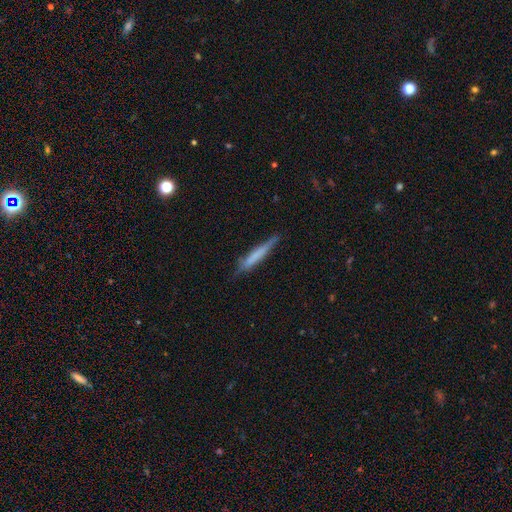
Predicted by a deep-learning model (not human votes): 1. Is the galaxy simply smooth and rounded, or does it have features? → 59% smooth, 35% featured or disk, 6% star or artifact.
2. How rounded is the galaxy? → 94% cigar-shaped, 5% in between, 1% round.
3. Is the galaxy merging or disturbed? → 73% none, 21% minor disturbance, 4% major disturbance, 2% merger.